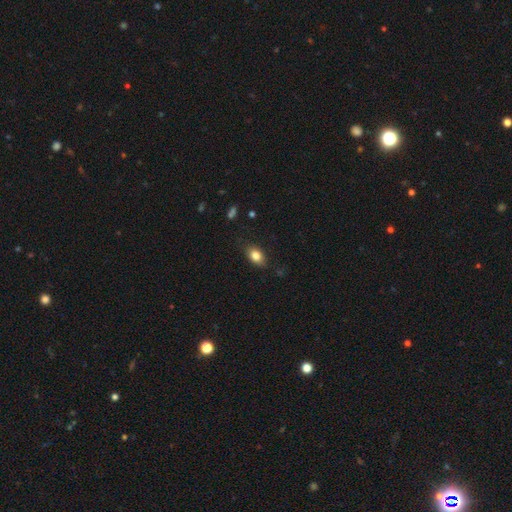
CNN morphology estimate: smooth-or-featured: smooth: 83% | star or artifact: 9% | featured or disk: 8%
  how-rounded: in between: 81% | round: 16% | cigar-shaped: 2%
  merging: none: 81% | minor disturbance: 15% | major disturbance: 3% | merger: 1%